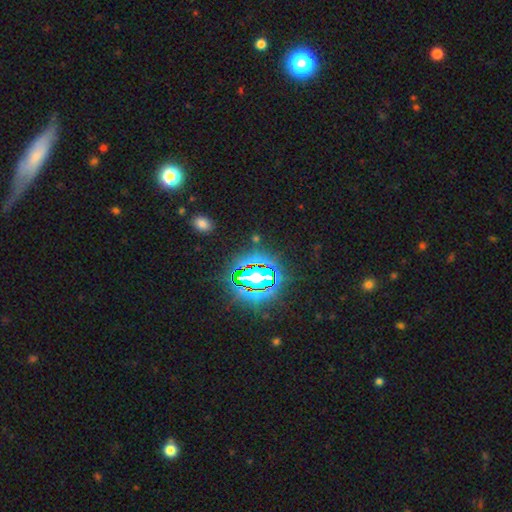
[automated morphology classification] This appears to be a star or artifact, not a galaxy (80%).